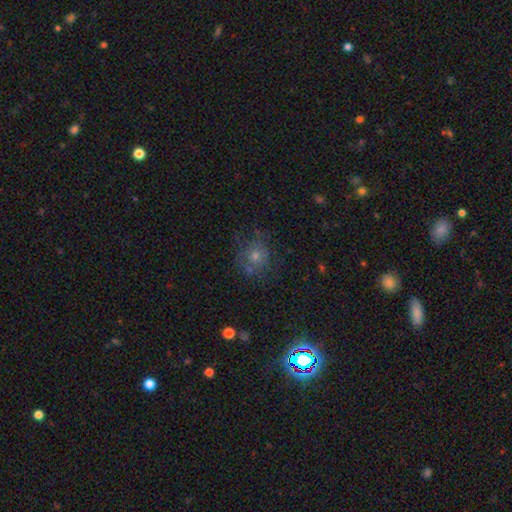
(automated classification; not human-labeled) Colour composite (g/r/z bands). It shows a smooth galaxy with no disk features (44%). Merging: none (71%).